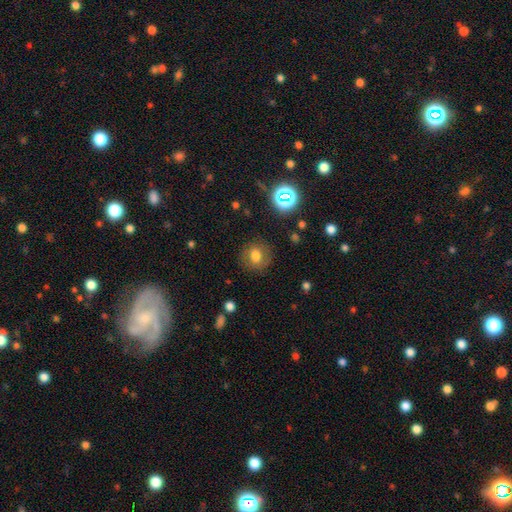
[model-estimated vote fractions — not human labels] Smooth or featured: smooth — 68% (featured or disk — 18%)
How rounded: round — 79% (in between — 20%)
Merging: none — 83% (minor disturbance — 11%)